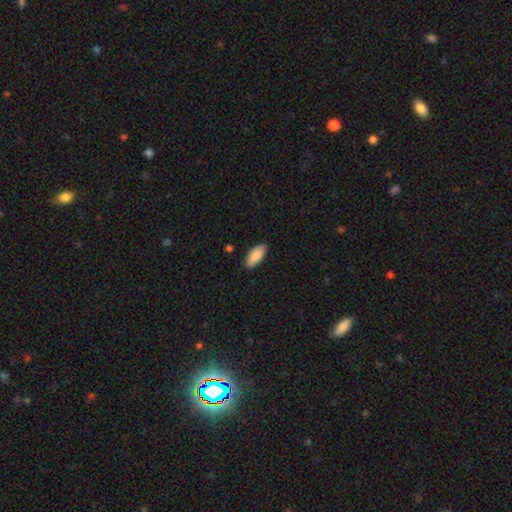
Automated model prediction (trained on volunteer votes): This appears to be a smooth galaxy with no disk features (88%) that is in between round and cigar-shaped (85%). Merging: none (88%).